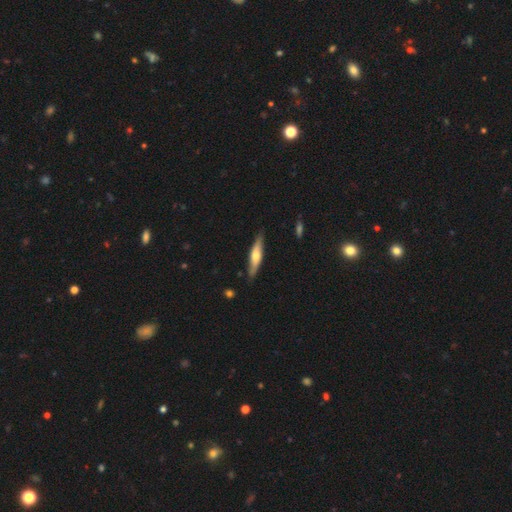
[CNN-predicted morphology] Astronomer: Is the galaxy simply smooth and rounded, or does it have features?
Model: featured or disk — 49% (runner-up: smooth, 45%).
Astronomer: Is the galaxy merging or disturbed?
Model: none — 85%.